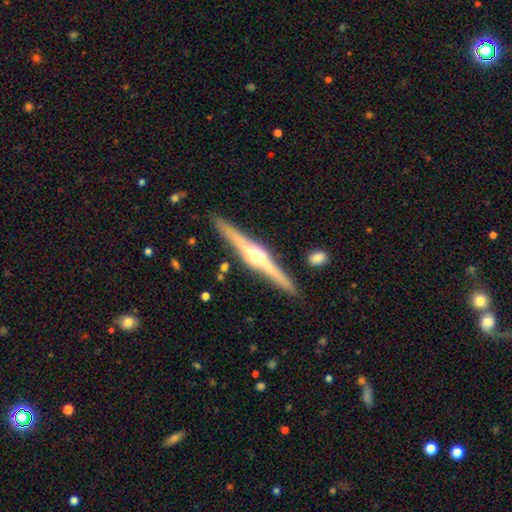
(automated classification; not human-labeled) smooth-or-featured: featured or disk: 83% | smooth: 13% | star or artifact: 5%
  disk-edge-on: yes: 98% | no: 2%
    edge-on-bulge: rounded: 94% | boxy: 3% | none: 2%
  merging: none: 89% | minor disturbance: 7% | merger: 2% | major disturbance: 2%